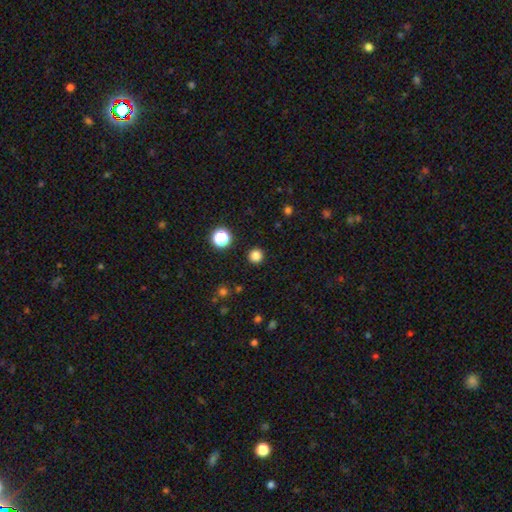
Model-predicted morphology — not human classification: Smooth or featured? smooth (82%)
How rounded? round (96%)
Merging? none (93%)